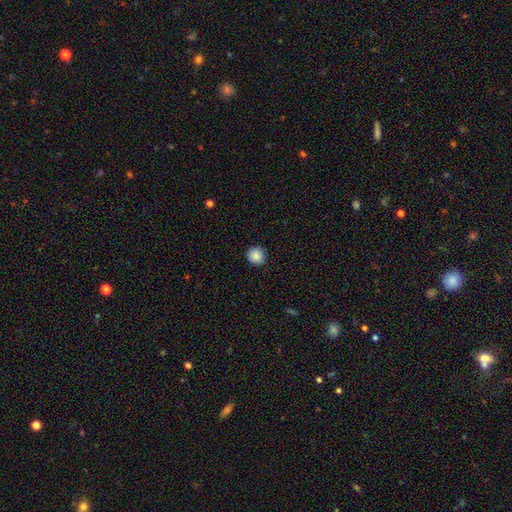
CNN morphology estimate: This appears to be a smooth galaxy with no disk features (87%) that is round (93%). Merging: none (88%).